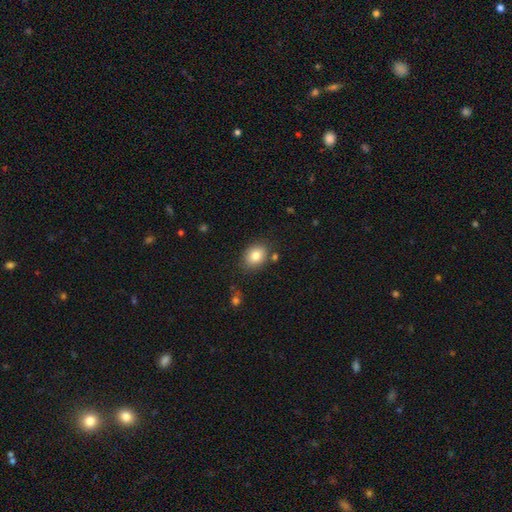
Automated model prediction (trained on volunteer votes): Morphology: type=smooth (82%); roundness=in between (61%); merging=none (80%).